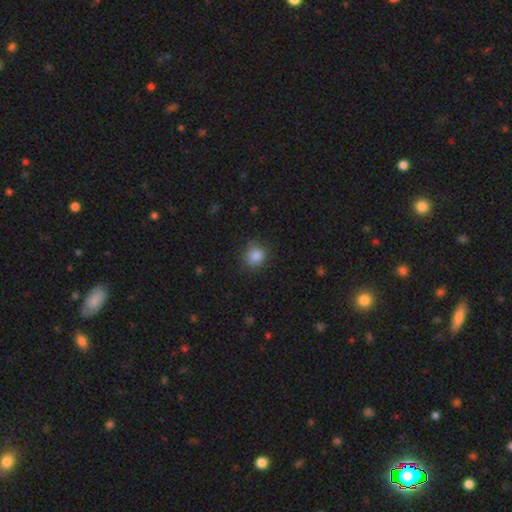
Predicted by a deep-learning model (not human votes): Overall: smooth (86%). How rounded: round (84%). Merging: none (81%).